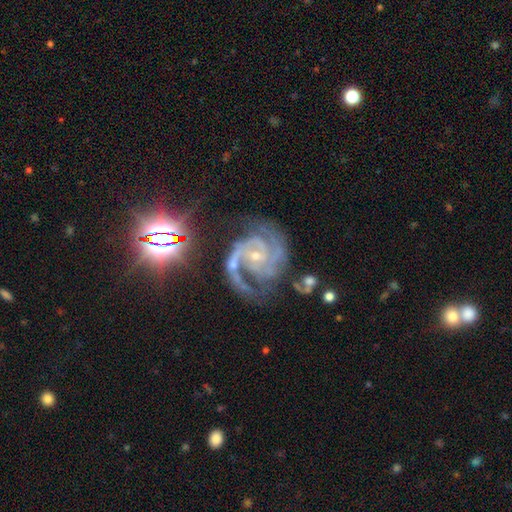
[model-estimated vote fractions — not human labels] A featured or disk galaxy (89%) with no bar (55%), 2 (45%) tight (48%) spiral arms (98%) and a small central bulge (74%). Merging: none (56%).